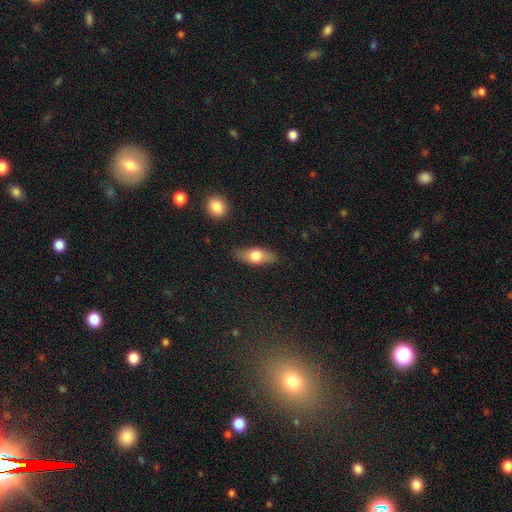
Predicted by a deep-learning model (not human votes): The model was most divided on "smooth or featured": smooth: 62%, featured or disk: 31%, star or artifact: 6%. More confident: merging — none (83%); how rounded — in between (69%).